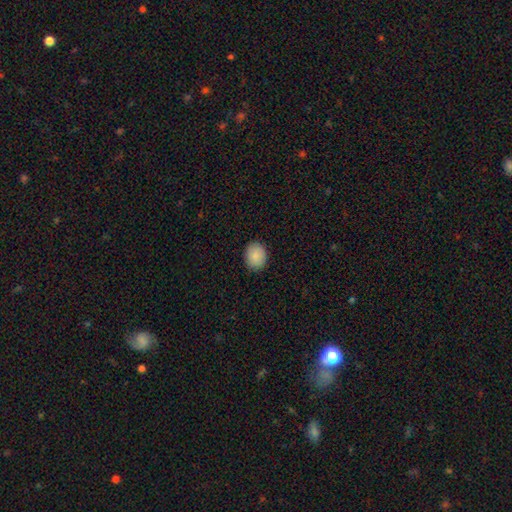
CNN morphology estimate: A smooth galaxy with no disk features (88%) that is round (61%).

Vote fractions:
- Smooth or featured? smooth: 88% / star or artifact: 7% / featured or disk: 4%
- How rounded? round: 61% / in between: 39% / cigar-shaped: 1%
- Merging? none: 90% / minor disturbance: 7% / major disturbance: 2% / merger: 1%